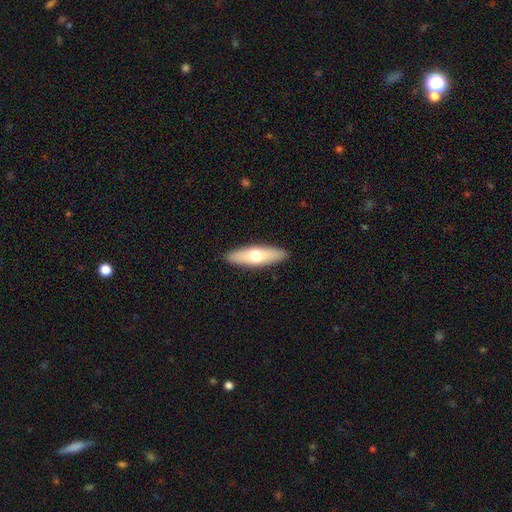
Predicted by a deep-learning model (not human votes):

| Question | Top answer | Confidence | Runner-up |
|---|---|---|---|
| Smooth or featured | smooth | 60% | featured or disk (34%) |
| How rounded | cigar-shaped | 51% | in between (47%) |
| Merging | none | 90% | minor disturbance (7%) |